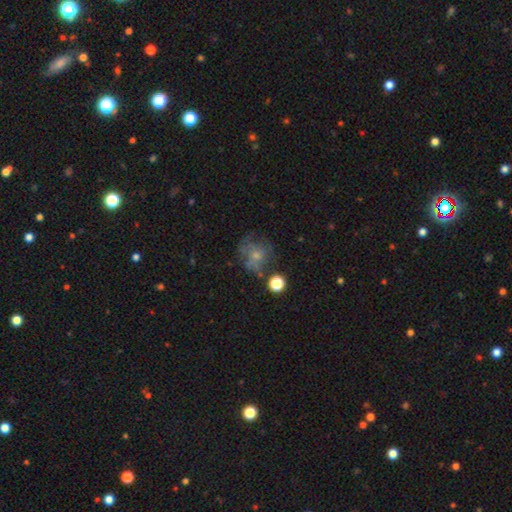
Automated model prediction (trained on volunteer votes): smooth_or_featured: smooth (p=0.51) [alt: featured or disk p=0.33]
how_rounded: round (p=0.74) [alt: in between p=0.25]
merging: none (p=0.46) [alt: major disturbance p=0.26]